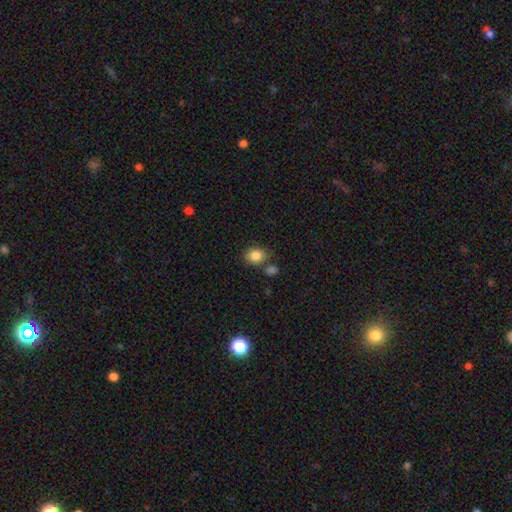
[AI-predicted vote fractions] Smooth or featured?
  - smooth: 85% *
  - star or artifact: 9%
  - featured or disk: 6%
How rounded?
  - round: 55% *
  - in between: 44%
  - cigar-shaped: 1%
Merging?
  - none: 66% *
  - merger: 15%
  - minor disturbance: 14%
  - major disturbance: 5%